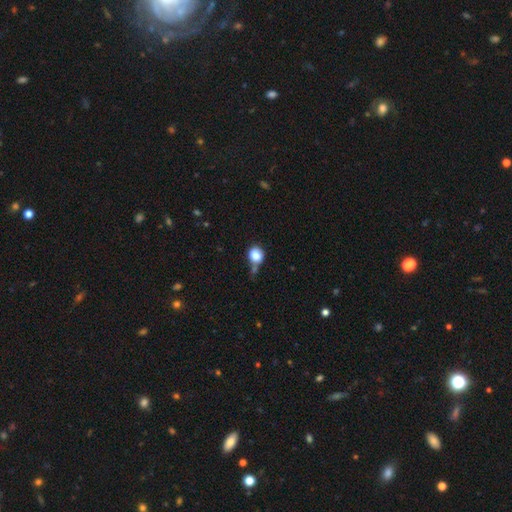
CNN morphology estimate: type=smooth (83%); roundness=round (77%); merging=none (53%).